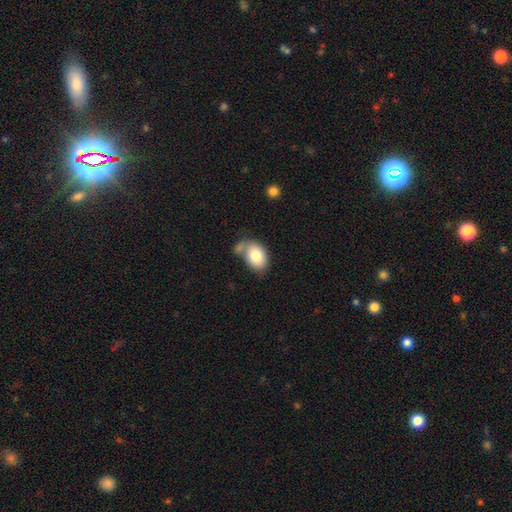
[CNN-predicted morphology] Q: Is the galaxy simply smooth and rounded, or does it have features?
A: smooth — 79%.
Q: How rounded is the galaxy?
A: in between — 77%.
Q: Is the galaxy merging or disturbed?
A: none — 44%.